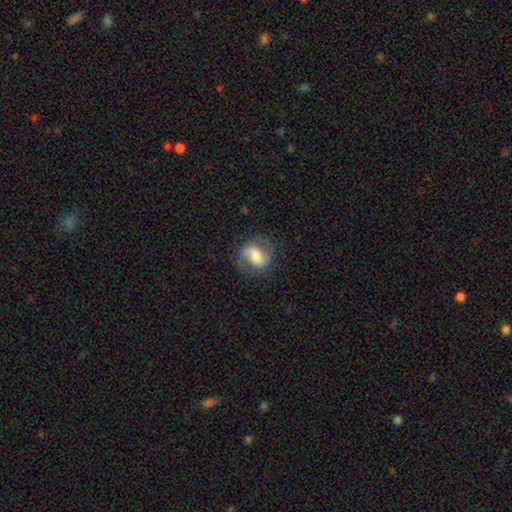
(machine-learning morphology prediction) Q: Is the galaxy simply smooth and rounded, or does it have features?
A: featured or disk — 57%.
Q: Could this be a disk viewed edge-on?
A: no — 97%.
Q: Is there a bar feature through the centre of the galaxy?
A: weak — 43%.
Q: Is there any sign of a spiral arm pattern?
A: yes — 86%.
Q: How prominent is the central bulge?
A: moderate — 58%.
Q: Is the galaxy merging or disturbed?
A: none — 72%.